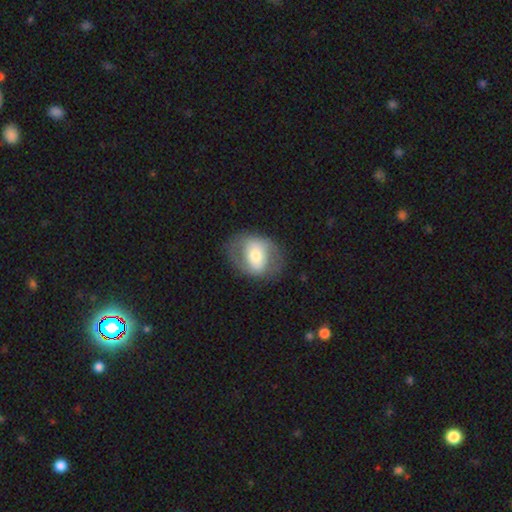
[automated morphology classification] smooth_or_featured: featured or disk (p=0.50) [alt: smooth p=0.44]
merging: none (p=0.72) [alt: minor disturbance p=0.16]